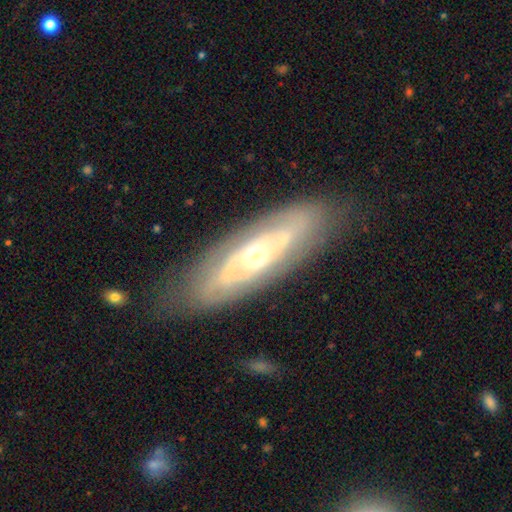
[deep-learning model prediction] featured or disk 77%, smooth 18%, star or artifact 5%. Down the decision tree: edge-on disk — no (80%); bar — no (73%); spiral arms — yes (55%); bulge size — moderate (67%); merging — none (80%).